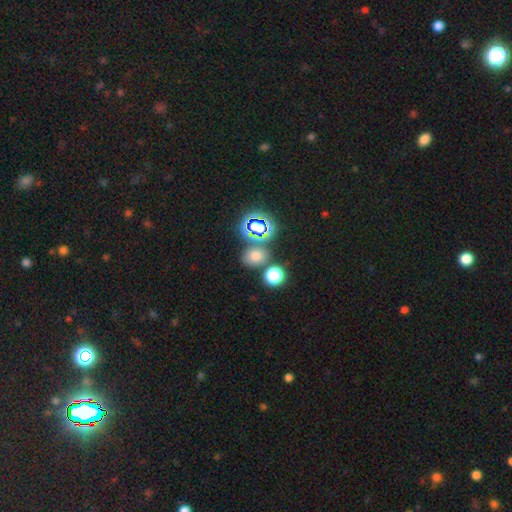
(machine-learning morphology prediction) This appears to be a smooth galaxy with no disk features (64%) that is in between round and cigar-shaped (52%). Merging: none (72%).